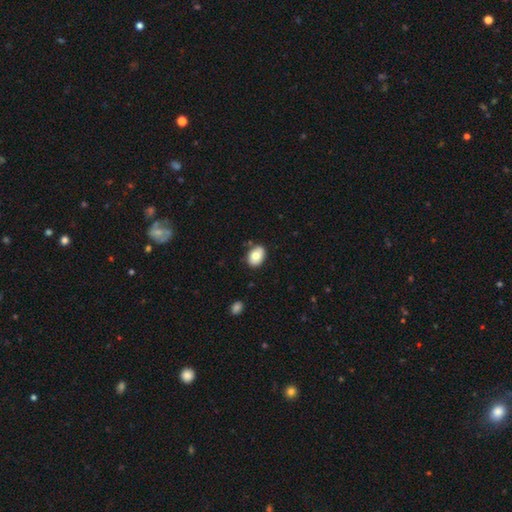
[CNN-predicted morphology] smooth_or_featured: smooth (p=0.78) [alt: featured or disk p=0.15]
how_rounded: in between (p=0.78) [alt: round p=0.21]
merging: none (p=0.81) [alt: minor disturbance p=0.14]